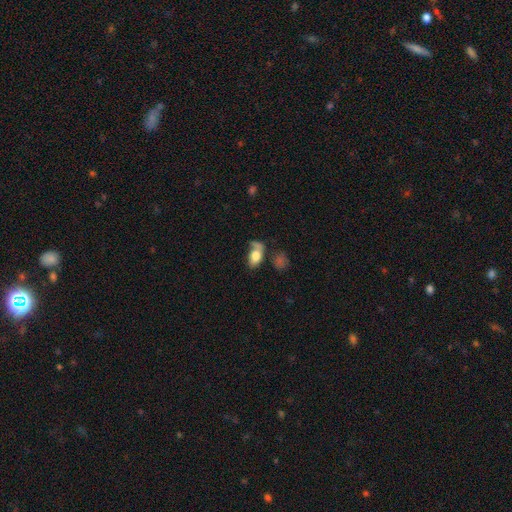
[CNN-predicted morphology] A smooth galaxy with no disk features (73%) that is in between round and cigar-shaped (87%).

Vote fractions:
- Smooth or featured? smooth: 73% / featured or disk: 18% / star or artifact: 8%
- How rounded? in between: 87% / round: 10% / cigar-shaped: 3%
- Merging? none: 37% / minor disturbance: 22% / major disturbance: 20% / merger: 20%